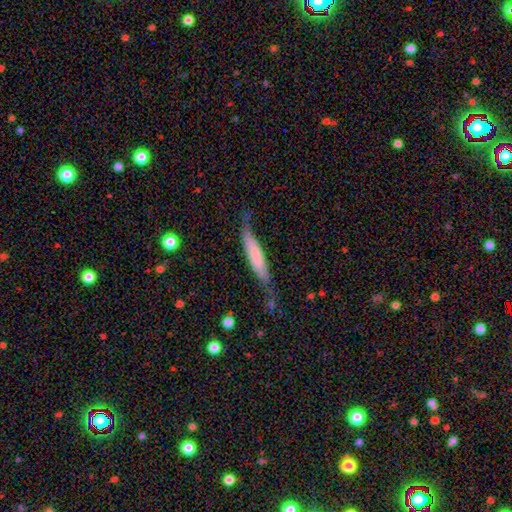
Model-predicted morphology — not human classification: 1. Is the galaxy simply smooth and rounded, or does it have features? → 55% smooth, 38% featured or disk, 6% star or artifact.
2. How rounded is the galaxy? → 85% cigar-shaped, 13% in between, 2% round.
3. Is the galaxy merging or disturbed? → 56% none, 30% minor disturbance, 11% major disturbance, 3% merger.